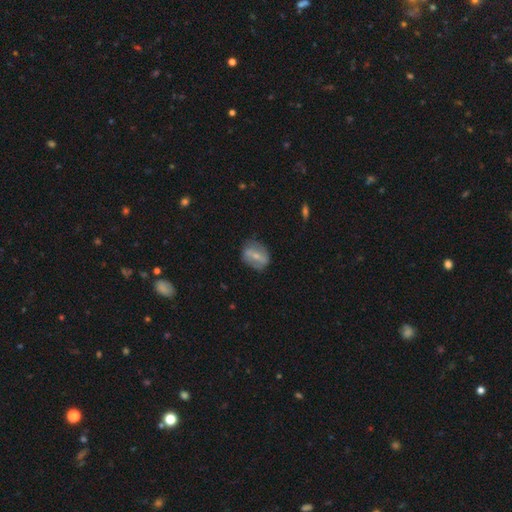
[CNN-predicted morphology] smooth-or-featured: featured or disk: 52% | smooth: 40% | star or artifact: 7%
  disk-edge-on: no: 90% | yes: 10%
  merging: none: 72% | minor disturbance: 19% | major disturbance: 6% | merger: 2%